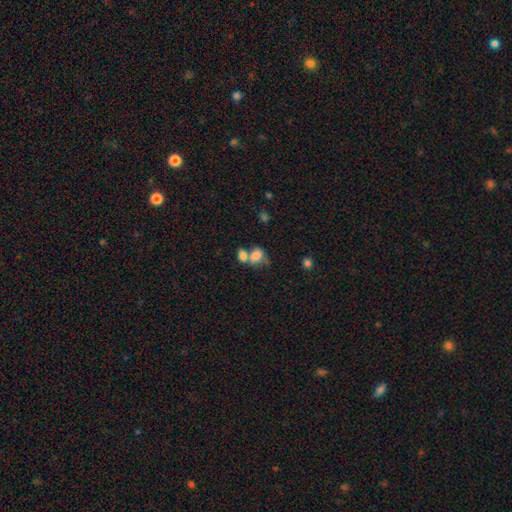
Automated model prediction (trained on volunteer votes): This appears to be a smooth galaxy with no disk features (74%) that is in between round and cigar-shaped (67%). Merging: merger (55%).